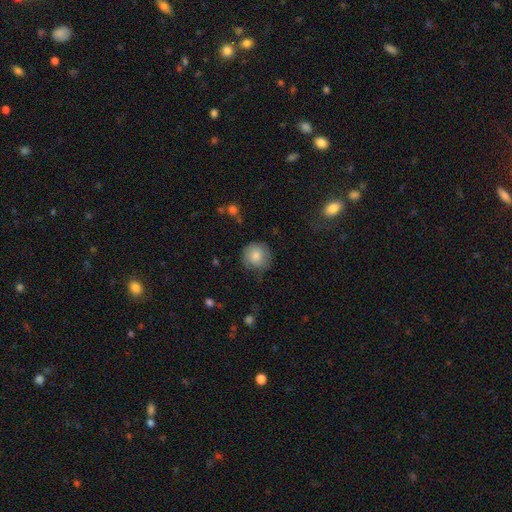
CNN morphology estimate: smooth-or-featured: smooth: 80% | featured or disk: 13% | star or artifact: 7%
  how-rounded: round: 92% | in between: 7% | cigar-shaped: 1%
  merging: none: 72% | minor disturbance: 20% | major disturbance: 6% | merger: 1%